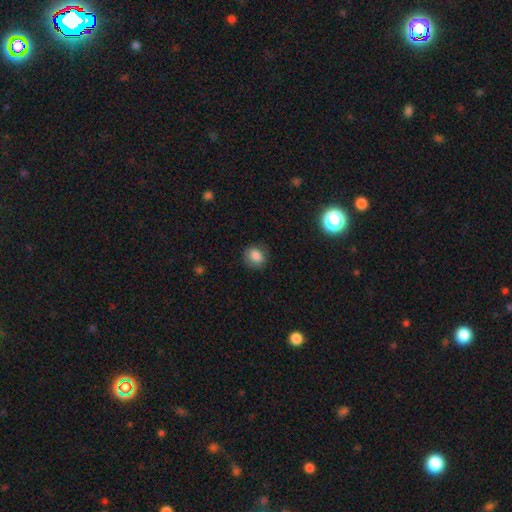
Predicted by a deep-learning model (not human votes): Q: Smooth or featured?
A: smooth (82%); runner-up: star or artifact (10%)
Q: How rounded?
A: round (57%); runner-up: in between (42%)
Q: Merging?
A: none (78%); runner-up: minor disturbance (16%)